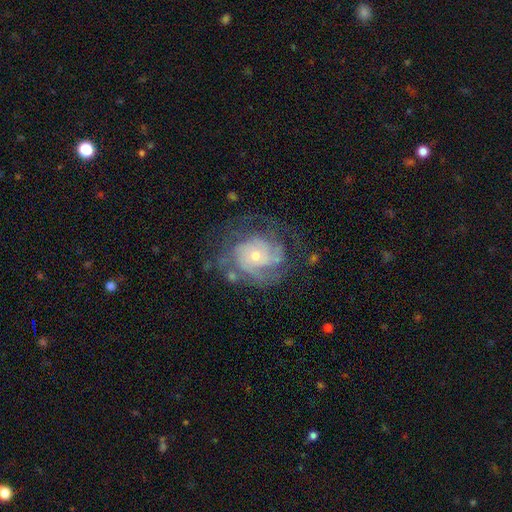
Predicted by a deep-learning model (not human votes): Smooth or featured? Predicted: featured or disk (p=0.81). Edge-on disk? Predicted: no (p=0.98). Bar? Predicted: no (p=0.77). Spiral arms? Predicted: yes (p=0.91). Spiral winding? Predicted: tight (p=0.61). Spiral arm count? Predicted: can't tell (p=0.38). Bulge size? Predicted: small (p=0.62). Merging? Predicted: none (p=0.61).